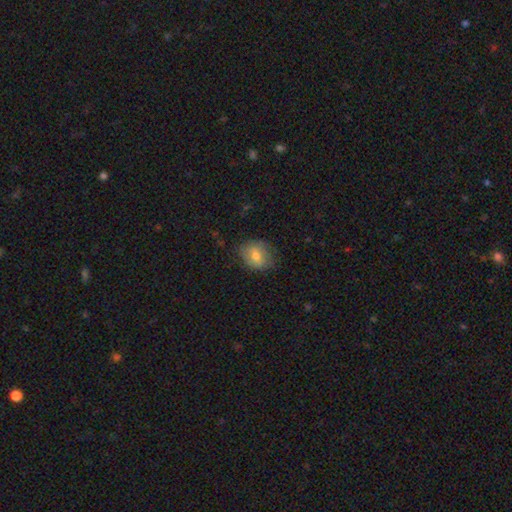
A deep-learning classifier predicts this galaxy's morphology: Overall: smooth (68%). How rounded: in between (54%; round 45%). Merging: none (70%).